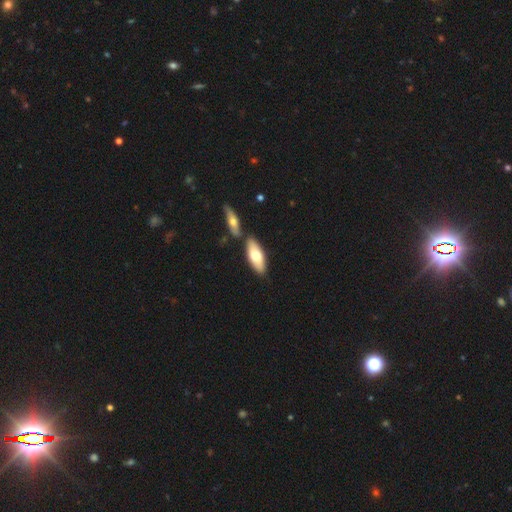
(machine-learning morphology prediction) This appears to be a smooth galaxy with no disk features (70%) that is in between round and cigar-shaped (77%). Merging: none (70%).